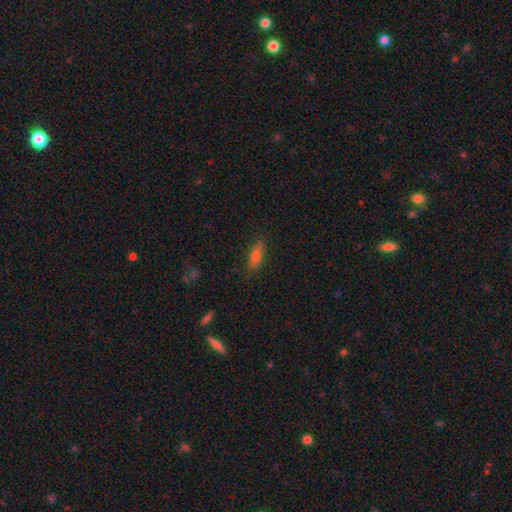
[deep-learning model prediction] A smooth galaxy with no disk features (71%) that is in between round and cigar-shaped (57%). Merging: none (82%).